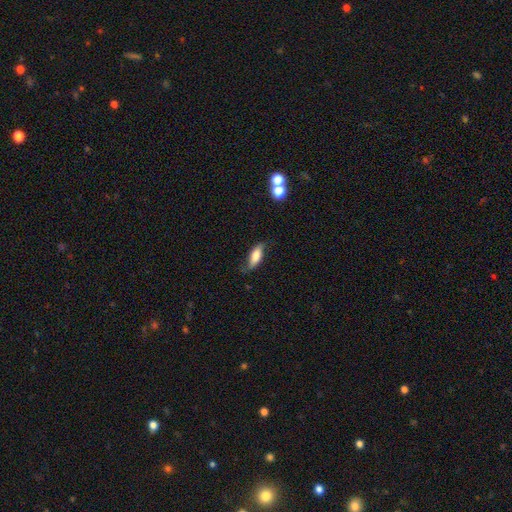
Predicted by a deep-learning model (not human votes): Smooth or featured?
  - smooth: 61% *
  - featured or disk: 31%
  - star or artifact: 8%
How rounded?
  - in between: 69% *
  - cigar-shaped: 28%
  - round: 3%
Merging?
  - none: 59% *
  - minor disturbance: 29%
  - major disturbance: 9%
  - merger: 2%